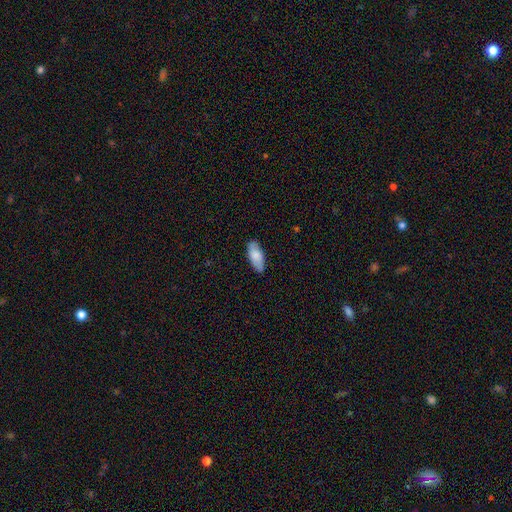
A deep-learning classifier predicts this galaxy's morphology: type=smooth (79%); roundness=in between (85%); merging=none (82%).